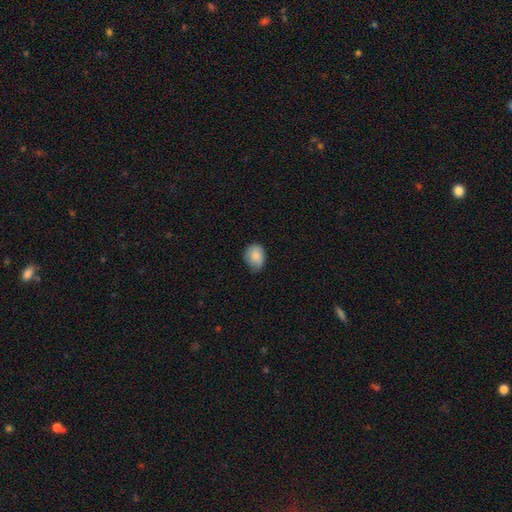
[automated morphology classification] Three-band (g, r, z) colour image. It shows a smooth galaxy with no disk features (84%) that is in between round and cigar-shaped (57%). Merging: none (60%).